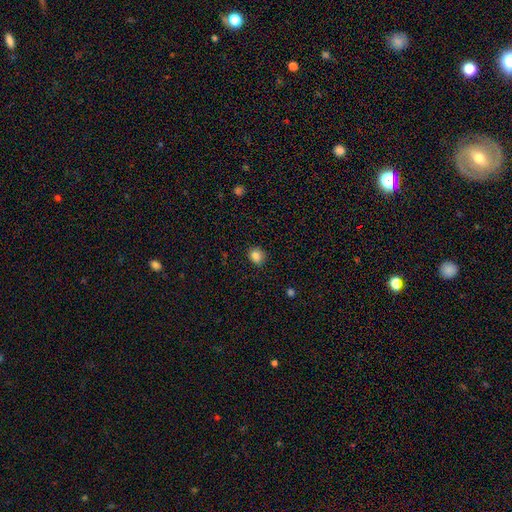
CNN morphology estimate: Smooth or featured: smooth — 85% (star or artifact — 11%)
How rounded: round — 76% (in between — 24%)
Merging: none — 85% (minor disturbance — 11%)